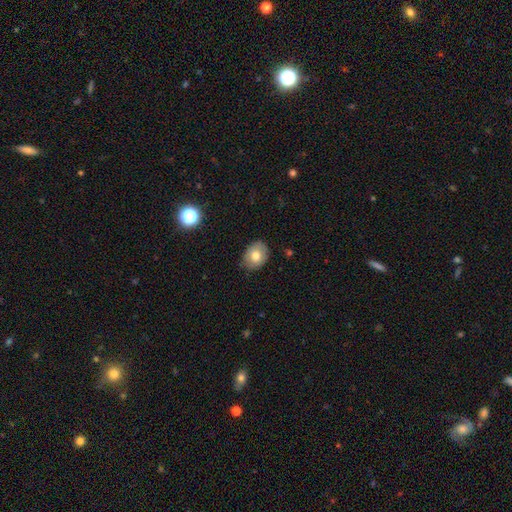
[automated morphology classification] Smooth or featured? Predicted: smooth (p=0.75). How rounded? Predicted: in between (p=0.60). Merging? Predicted: none (p=0.79).